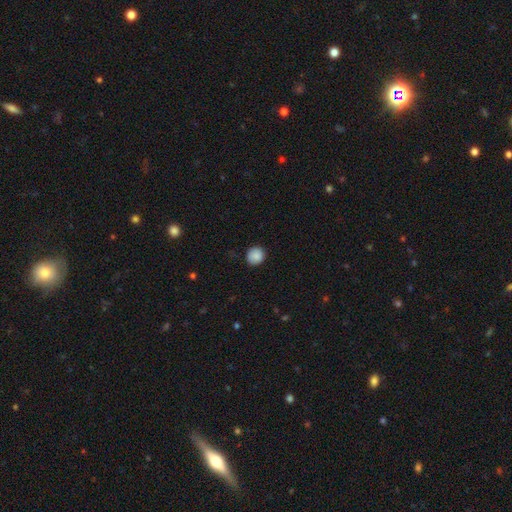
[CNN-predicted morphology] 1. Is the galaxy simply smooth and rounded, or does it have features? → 88% smooth, 9% star or artifact, 3% featured or disk.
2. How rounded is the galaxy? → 88% round, 11% in between, 1% cigar-shaped.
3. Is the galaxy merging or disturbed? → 86% none, 11% minor disturbance, 2% major disturbance, 1% merger.